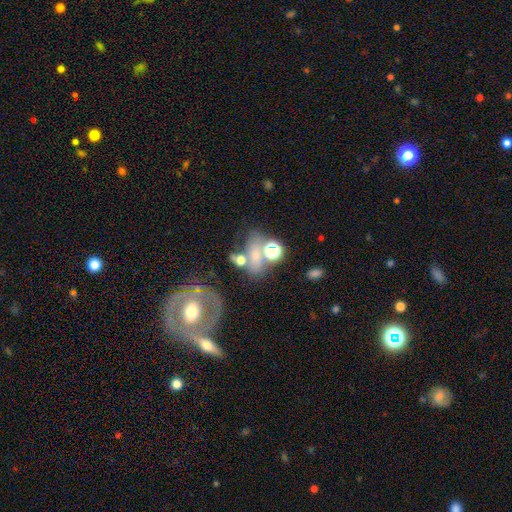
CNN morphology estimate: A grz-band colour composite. It shows a smooth galaxy with no disk features (52%) that is in between round and cigar-shaped (67%). Merging: merger (36%).